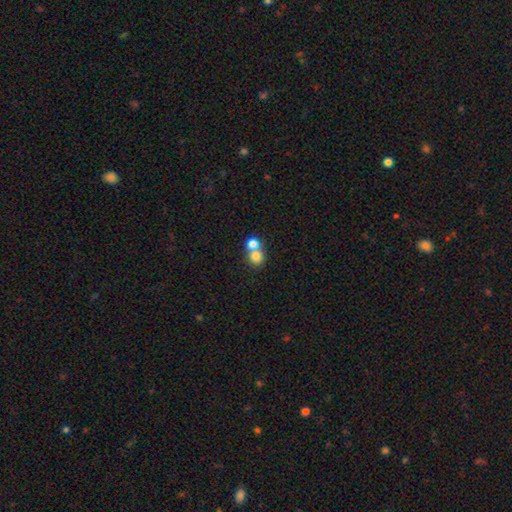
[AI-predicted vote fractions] Smooth or featured?
  - smooth: 77% *
  - featured or disk: 13%
  - star or artifact: 10%
How rounded?
  - round: 83% *
  - in between: 16%
  - cigar-shaped: 1%
Merging?
  - merger: 61% *
  - none: 33%
  - minor disturbance: 4%
  - major disturbance: 2%